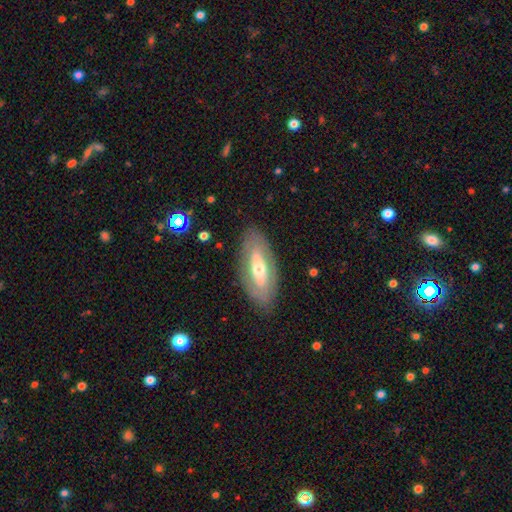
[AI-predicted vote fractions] featured or disk 60%, smooth 34%, star or artifact 6%. Down the decision tree: edge-on disk — no (82%); merging — none (84%).